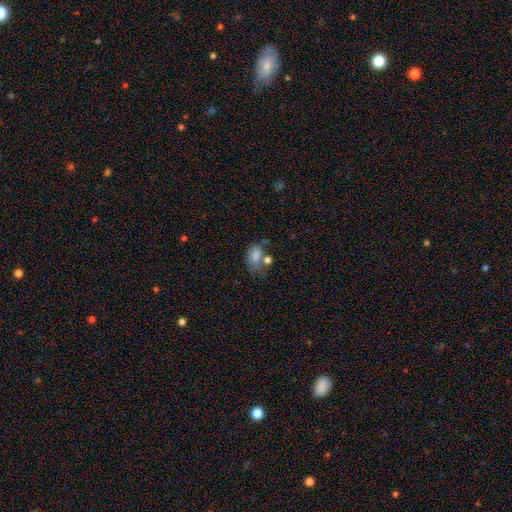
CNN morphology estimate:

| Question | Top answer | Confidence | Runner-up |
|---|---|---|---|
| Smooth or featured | smooth | 75% | featured or disk (14%) |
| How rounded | in between | 84% | round (15%) |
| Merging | none | 34% | merger (27%) |